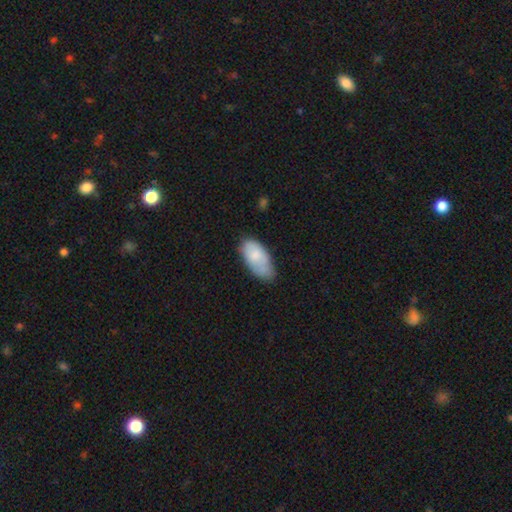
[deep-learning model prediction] smooth-or-featured: smooth: 77% | featured or disk: 16% | star or artifact: 7%
  how-rounded: in between: 93% | cigar-shaped: 5% | round: 3%
  merging: none: 51% | minor disturbance: 37% | major disturbance: 9% | merger: 3%